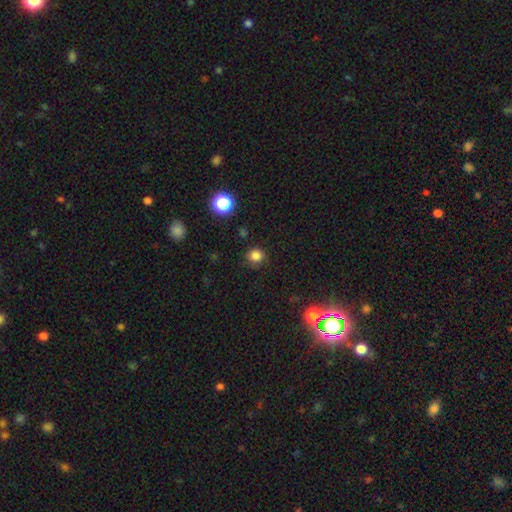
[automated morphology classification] smooth-or-featured: smooth: 81% | star or artifact: 14% | featured or disk: 4%
  how-rounded: round: 89% | in between: 10% | cigar-shaped: 1%
  merging: none: 84% | minor disturbance: 11% | major disturbance: 3% | merger: 2%